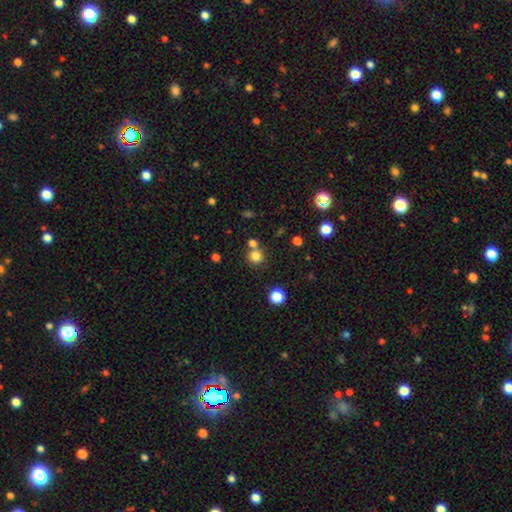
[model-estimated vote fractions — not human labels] Q: Smooth or featured?
A: smooth (80%); runner-up: star or artifact (14%)
Q: How rounded?
A: round (93%); runner-up: in between (6%)
Q: Merging?
A: none (70%); runner-up: merger (20%)